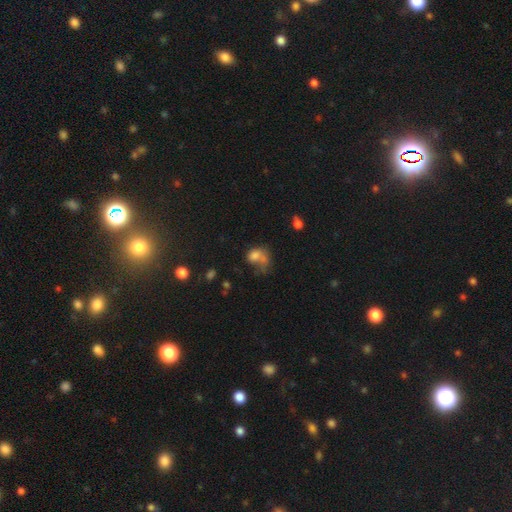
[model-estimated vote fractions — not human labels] The model was most divided on "merging": major disturbance: 38%, merger: 24%, none: 22%, minor disturbance: 15%. More confident: smooth or featured — smooth (66%); how rounded — in between (61%).